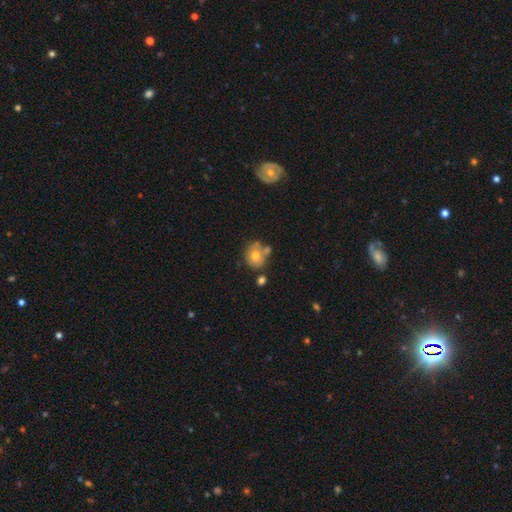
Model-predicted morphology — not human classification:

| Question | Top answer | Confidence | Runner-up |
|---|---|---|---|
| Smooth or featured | smooth | 68% | featured or disk (22%) |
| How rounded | round | 74% | in between (25%) |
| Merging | none | 50% | merger (28%) |